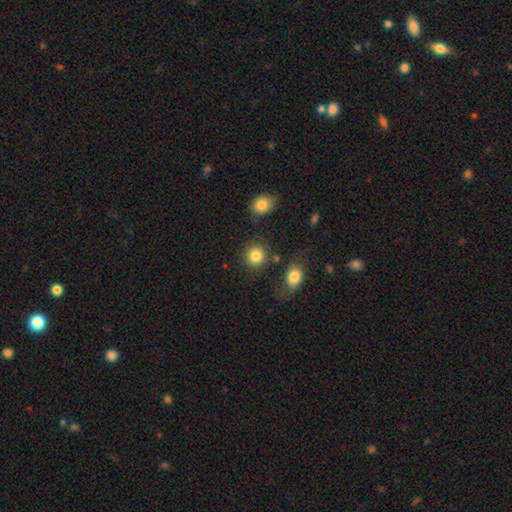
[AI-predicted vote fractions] Smooth or featured? Predicted: smooth (p=0.86). How rounded? Predicted: round (p=0.88). Merging? Predicted: none (p=0.82).